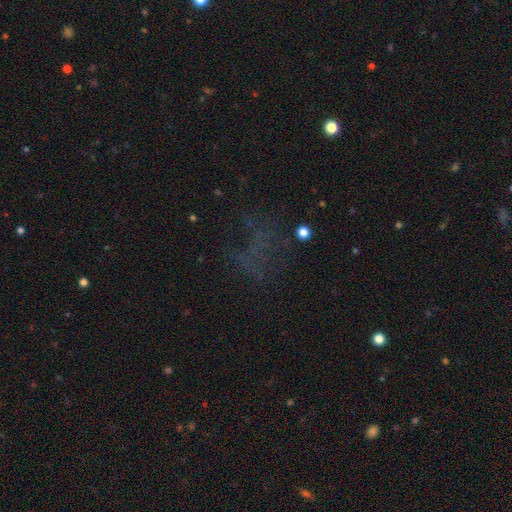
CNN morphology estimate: star or artifact 49%, smooth 30%, featured or disk 21%.